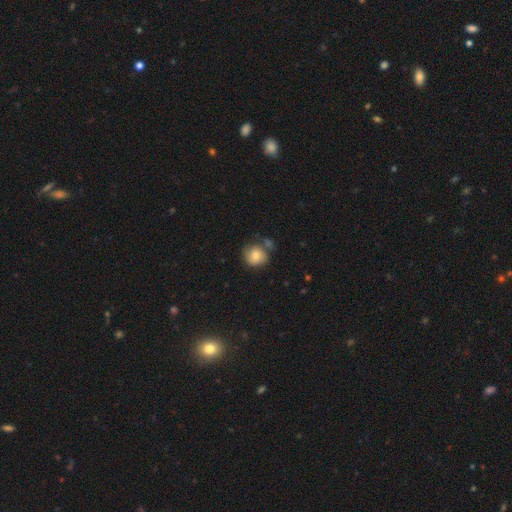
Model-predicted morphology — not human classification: This appears to be a smooth galaxy with no disk features (69%) that is round (84%). Merging: none (56%).